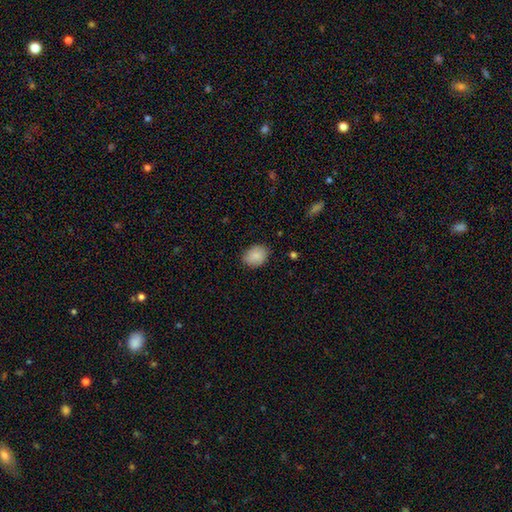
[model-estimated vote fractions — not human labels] A smooth galaxy with no disk features (86%) that is in between round and cigar-shaped (59%). Merging: none (82%).